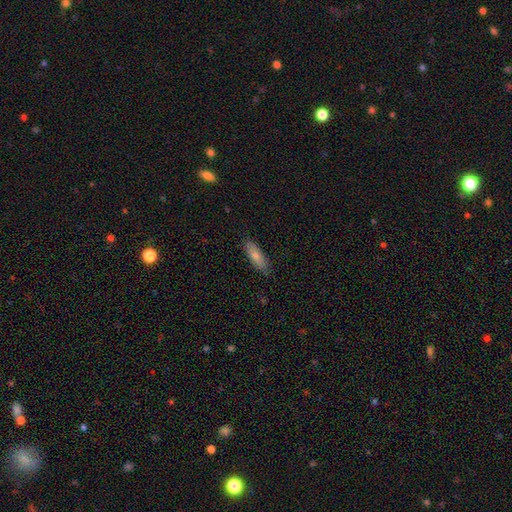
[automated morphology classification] Smooth or featured? Predicted: smooth (p=0.78). How rounded? Predicted: in between (p=0.55). Merging? Predicted: none (p=0.85).